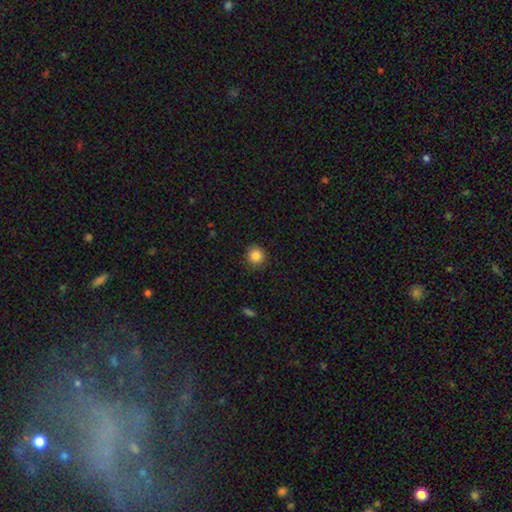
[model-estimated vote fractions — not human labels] Smooth or featured: smooth — 86% (star or artifact — 10%)
How rounded: round — 94% (in between — 5%)
Merging: none — 90% (minor disturbance — 6%)